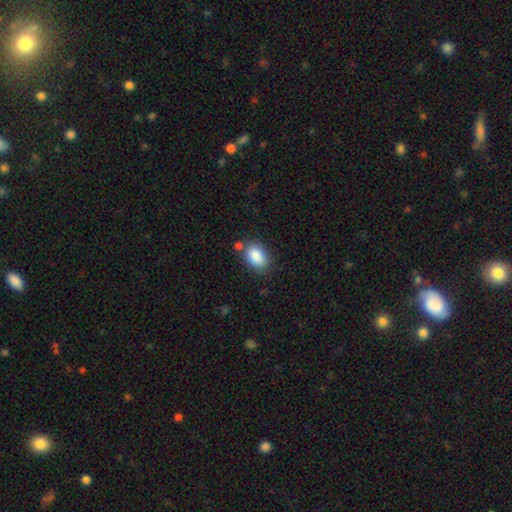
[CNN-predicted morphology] This is clearly a smooth galaxy (87%). How rounded: clearly in between (88%). Merging: likely none (72%).